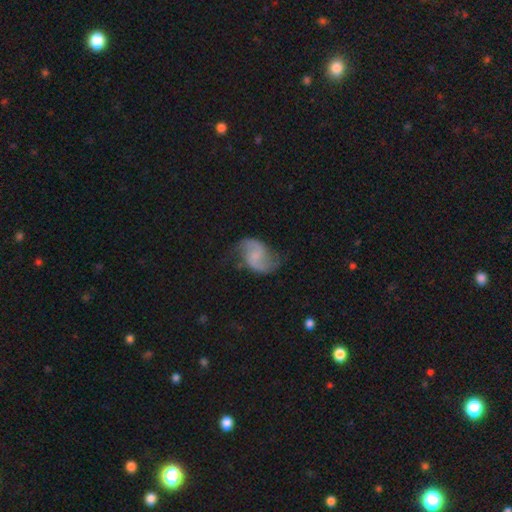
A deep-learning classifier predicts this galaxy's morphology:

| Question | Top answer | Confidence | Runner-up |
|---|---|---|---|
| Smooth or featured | featured or disk | 79% | smooth (14%) |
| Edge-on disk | no | 98% | yes (2%) |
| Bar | weak | 46% | no (40%) |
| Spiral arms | yes | 95% | no (5%) |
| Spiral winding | loose | 54% | medium (38%) |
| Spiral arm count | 2 | 92% | can't tell (3%) |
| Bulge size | none | 53% | small (27%) |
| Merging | none | 70% | minor disturbance (19%) |